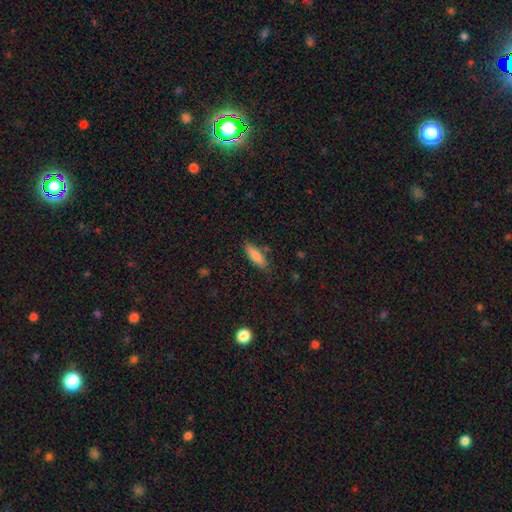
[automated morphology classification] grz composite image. It shows a smooth galaxy with no disk features (81%) that is cigar-shaped (61%). Merging: none (81%).